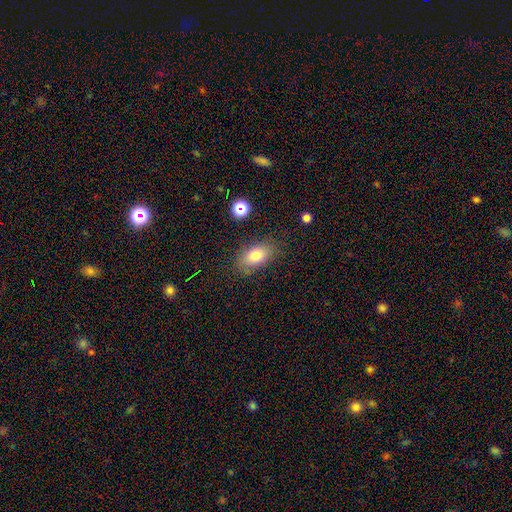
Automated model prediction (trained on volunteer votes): Q: Smooth or featured?
A: smooth (78%); runner-up: featured or disk (12%)
Q: How rounded?
A: in between (87%); runner-up: round (9%)
Q: Merging?
A: none (80%); runner-up: minor disturbance (14%)